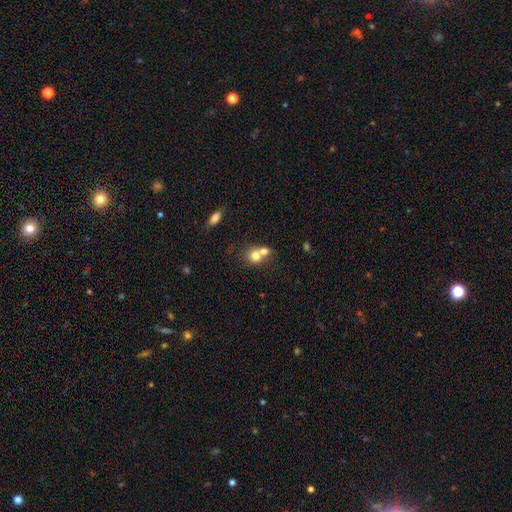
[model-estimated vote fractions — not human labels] Q: Smooth or featured?
A: smooth (74%); runner-up: featured or disk (16%)
Q: How rounded?
A: round (73%); runner-up: in between (26%)
Q: Merging?
A: merger (61%); runner-up: none (30%)